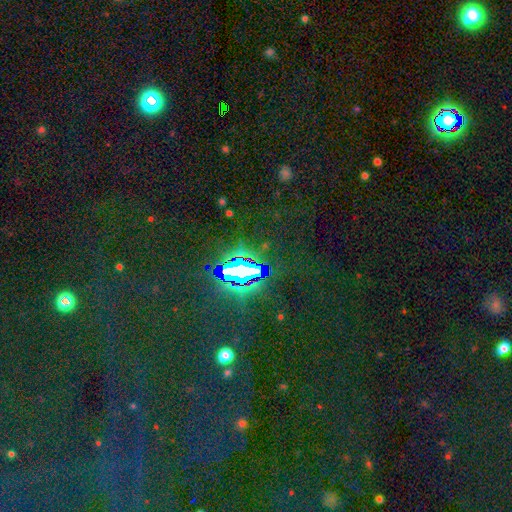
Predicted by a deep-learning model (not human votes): A star or artifact, not a galaxy (79%).

Vote fractions:
- Smooth or featured? star or artifact: 79% / smooth: 11% / featured or disk: 10%